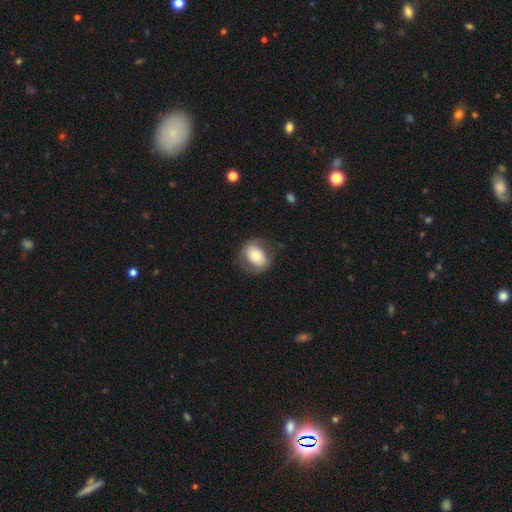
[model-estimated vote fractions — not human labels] This is likely a smooth galaxy (60%). How rounded: likely in between (65%). Merging: likely none (65%).